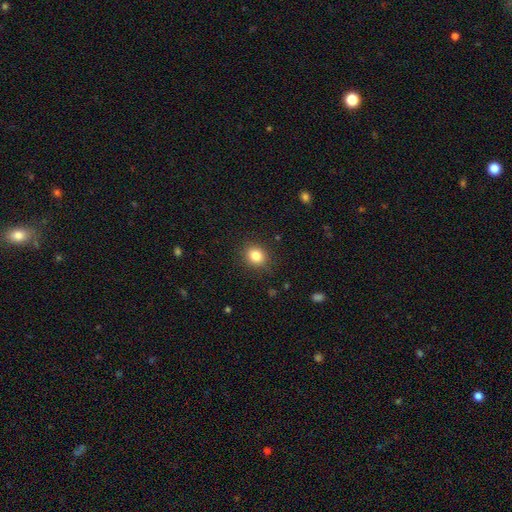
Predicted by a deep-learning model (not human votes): A smooth galaxy with no disk features (83%) that is round (71%).

Vote fractions:
- Smooth or featured? smooth: 83% / star or artifact: 11% / featured or disk: 6%
- How rounded? round: 71% / in between: 28% / cigar-shaped: 1%
- Merging? none: 88% / minor disturbance: 9% / major disturbance: 3% / merger: 1%